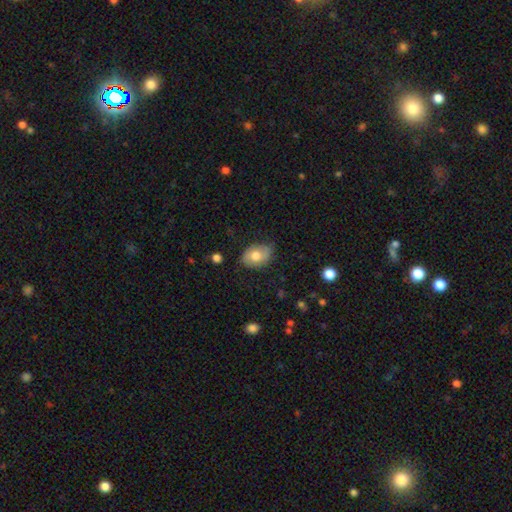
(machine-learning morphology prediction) smooth_or_featured: smooth (p=0.71) [alt: featured or disk p=0.22]
how_rounded: in between (p=0.79) [alt: round p=0.20]
merging: none (p=0.76) [alt: minor disturbance p=0.19]